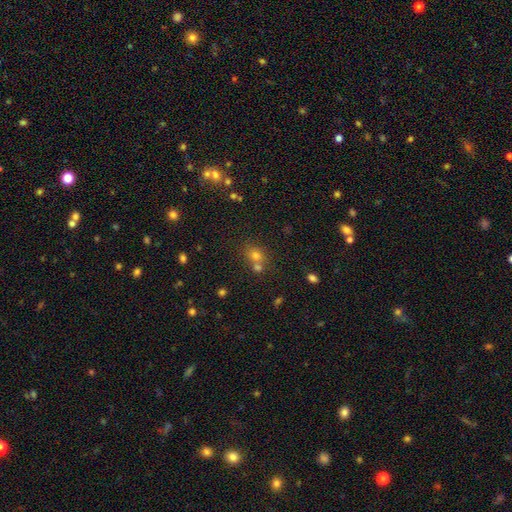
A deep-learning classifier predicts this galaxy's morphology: smooth-or-featured: smooth: 64% | star or artifact: 25% | featured or disk: 11%
  how-rounded: round: 75% | in between: 24% | cigar-shaped: 1%
  merging: none: 51% | merger: 38% | minor disturbance: 8% | major disturbance: 3%